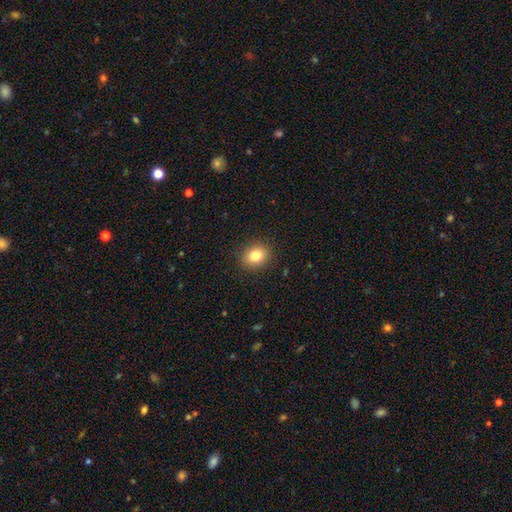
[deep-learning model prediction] Q: Smooth or featured?
A: smooth (82%); runner-up: star or artifact (10%)
Q: How rounded?
A: round (57%); runner-up: in between (42%)
Q: Merging?
A: none (90%); runner-up: minor disturbance (7%)